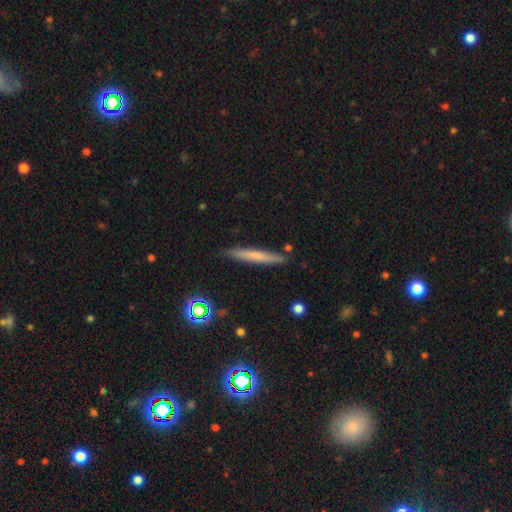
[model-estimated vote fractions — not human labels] smooth_or_featured: smooth (p=0.64) [alt: featured or disk p=0.29]
how_rounded: cigar-shaped (p=0.95) [alt: in between p=0.04]
merging: none (p=0.88) [alt: minor disturbance p=0.09]